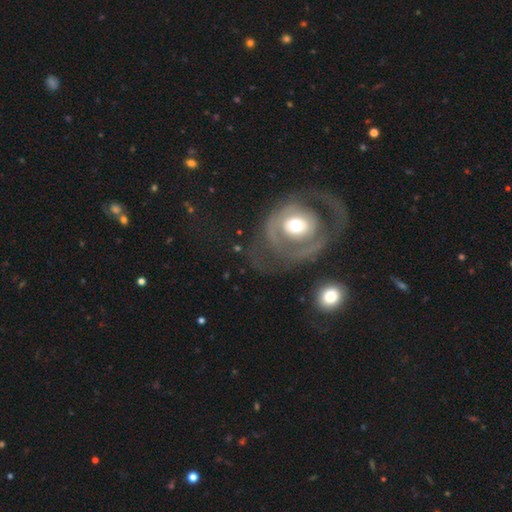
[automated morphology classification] Q: Smooth or featured?
A: featured or disk (75%); runner-up: smooth (17%)
Q: Edge-on disk?
A: no (95%); runner-up: yes (5%)
Q: Bar?
A: no (51%); runner-up: weak (29%)
Q: Spiral arms?
A: yes (59%); runner-up: no (41%)
Q: Bulge size?
A: moderate (64%); runner-up: large (16%)
Q: Merging?
A: none (59%); runner-up: major disturbance (20%)